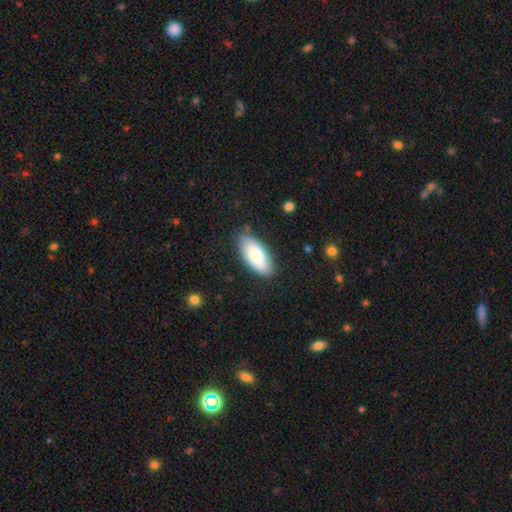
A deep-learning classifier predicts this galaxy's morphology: This is likely a smooth galaxy (77%). How rounded: clearly in between (89%). Merging: clearly none (82%).